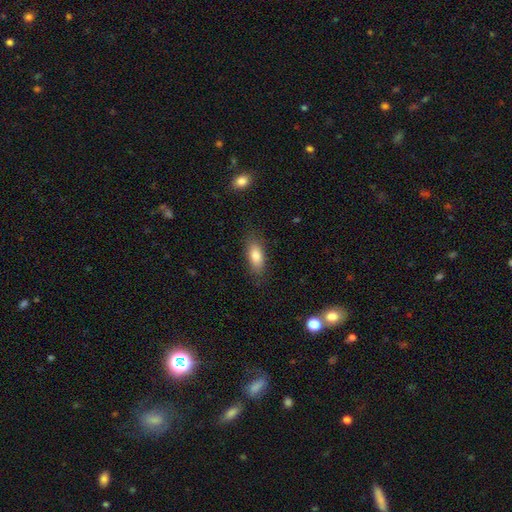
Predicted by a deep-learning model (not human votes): smooth-or-featured: smooth: 82% | featured or disk: 11% | star or artifact: 7%
  how-rounded: in between: 83% | cigar-shaped: 13% | round: 3%
  merging: none: 82% | minor disturbance: 13% | major disturbance: 4% | merger: 1%